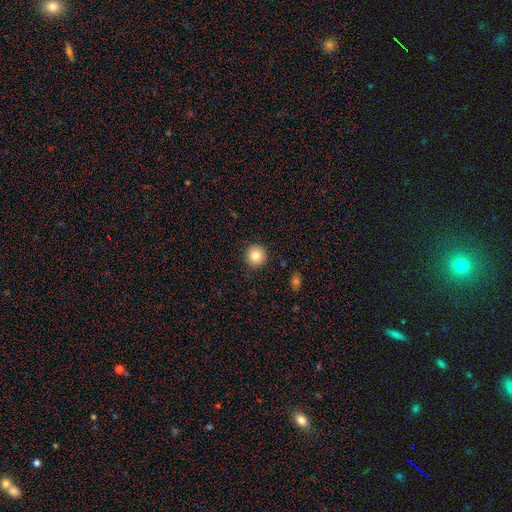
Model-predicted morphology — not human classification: This appears to be a smooth galaxy with no disk features (83%) that is round (94%). Merging: none (92%).